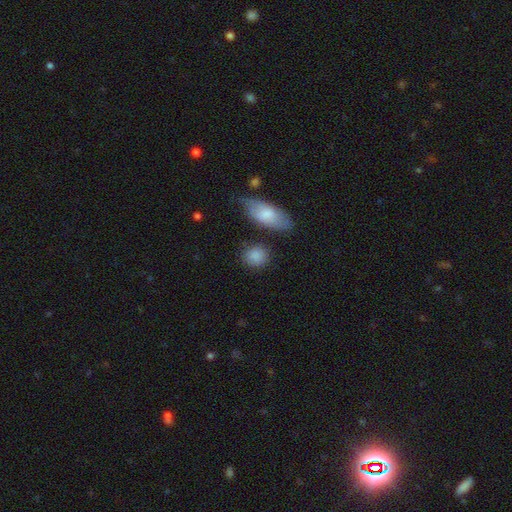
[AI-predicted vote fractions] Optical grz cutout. It shows a smooth galaxy with no disk features (87%) that is round (73%). Merging: none (75%).